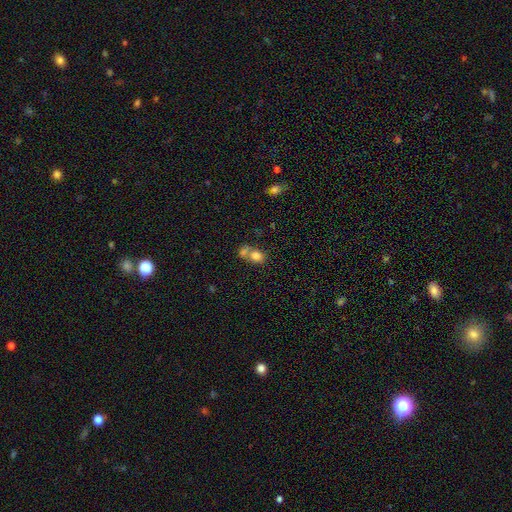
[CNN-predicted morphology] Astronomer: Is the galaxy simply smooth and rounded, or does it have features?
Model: smooth — 77%.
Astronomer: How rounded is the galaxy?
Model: round — 59% (runner-up: in between, 40%).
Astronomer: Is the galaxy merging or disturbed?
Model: merger — 53% (runner-up: none, 34%).